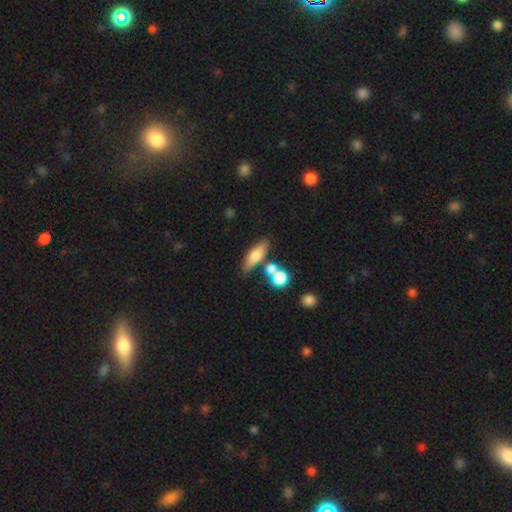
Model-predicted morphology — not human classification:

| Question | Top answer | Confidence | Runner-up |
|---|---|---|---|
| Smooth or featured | smooth | 65% | featured or disk (26%) |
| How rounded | in between | 49% | cigar-shaped (44%) |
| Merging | none | 65% | merger (17%) |